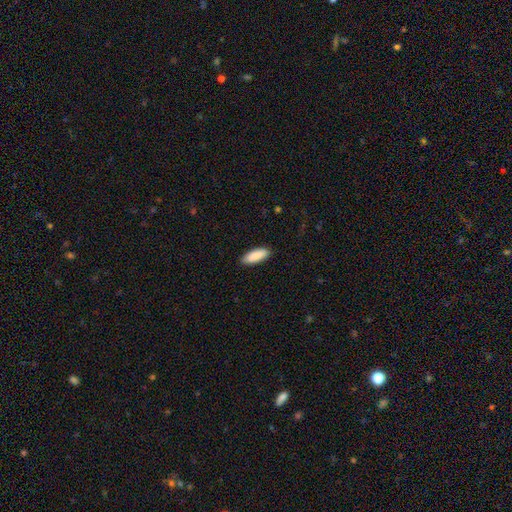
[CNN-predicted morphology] Smooth or featured? Predicted: smooth (p=0.89). How rounded? Predicted: in between (p=0.68). Merging? Predicted: none (p=0.88).